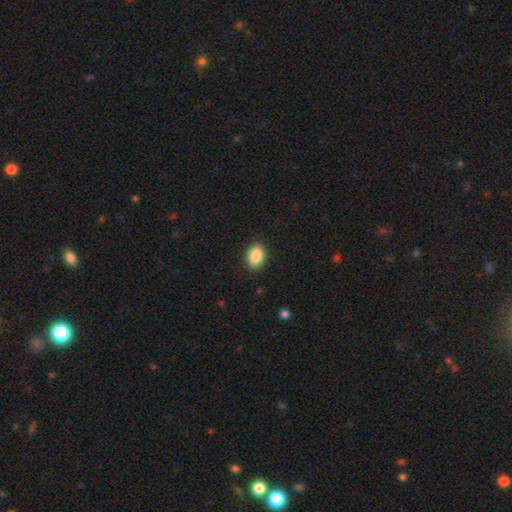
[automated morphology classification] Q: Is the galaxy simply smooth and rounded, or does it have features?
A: smooth — 89%.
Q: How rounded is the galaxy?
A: in between — 80%.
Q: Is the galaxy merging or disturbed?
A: none — 89%.